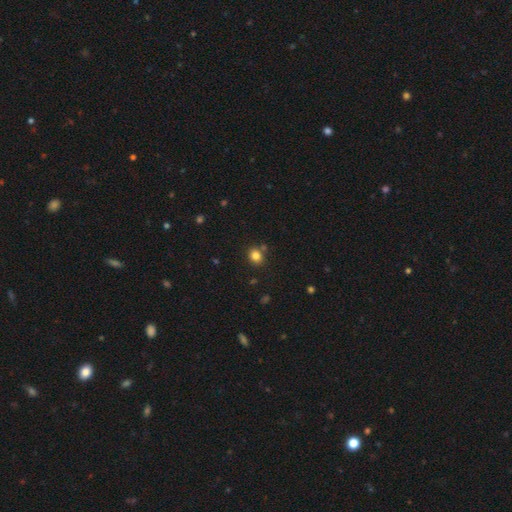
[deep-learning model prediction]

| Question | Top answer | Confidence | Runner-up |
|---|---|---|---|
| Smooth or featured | smooth | 82% | star or artifact (13%) |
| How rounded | round | 62% | in between (37%) |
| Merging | none | 77% | minor disturbance (10%) |